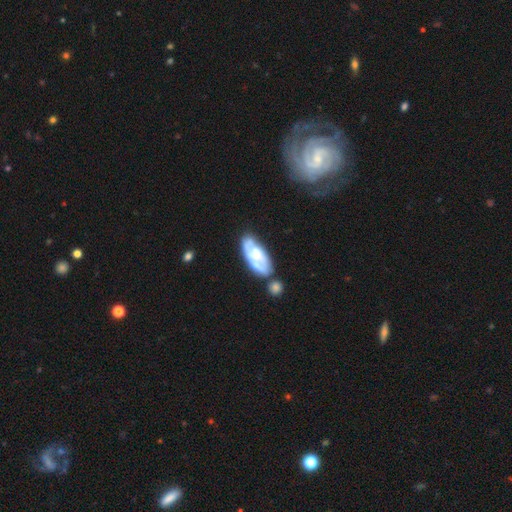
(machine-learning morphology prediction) Overall: featured or disk (60%; smooth 35%). Edge-on disk: no (89%). Bar: no (69%). Spiral arms: yes (68%; no 32%). Bulge size: moderate (46%; small 31%). Merging: none (48%; merger 22%).